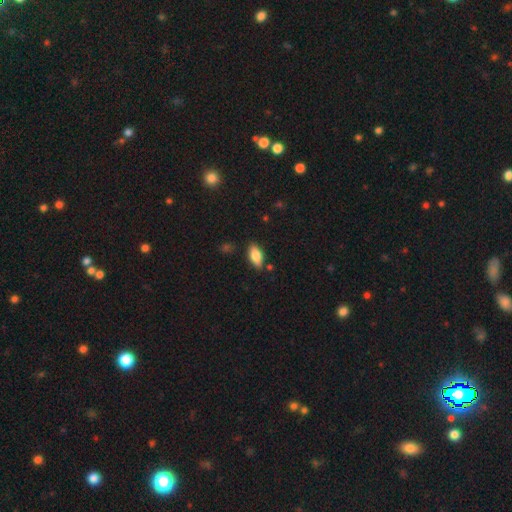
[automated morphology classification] Overall: smooth (77%). How rounded: in between (86%). Merging: none (83%).